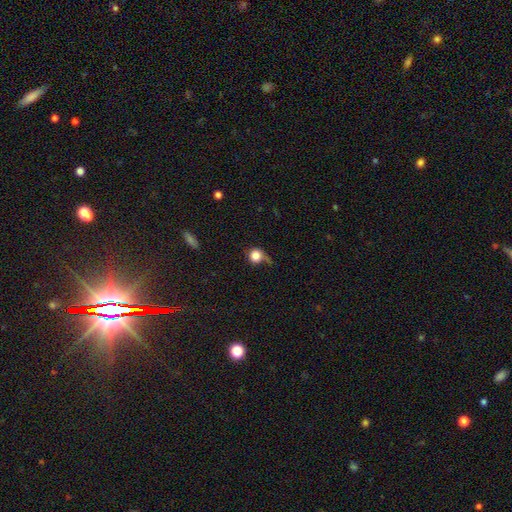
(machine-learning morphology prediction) This appears to be a smooth galaxy with no disk features (81%) that is round (88%). Merging: none (46%).